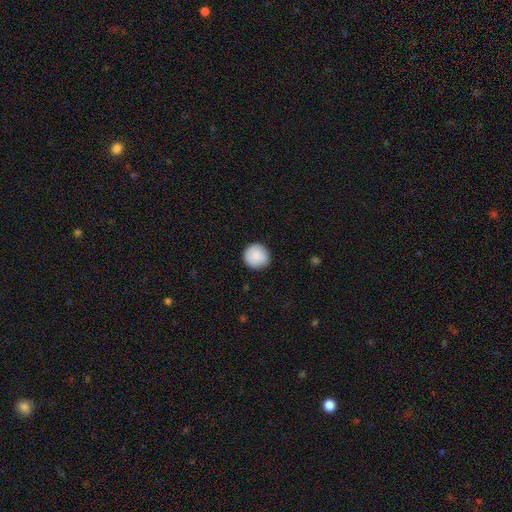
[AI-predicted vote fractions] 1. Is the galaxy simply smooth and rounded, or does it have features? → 88% smooth, 7% star or artifact, 5% featured or disk.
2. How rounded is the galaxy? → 94% round, 5% in between, 1% cigar-shaped.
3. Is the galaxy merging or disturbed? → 89% none, 8% minor disturbance, 2% major disturbance, 1% merger.